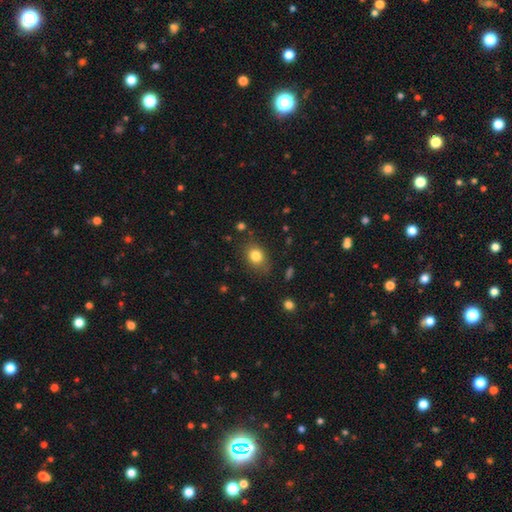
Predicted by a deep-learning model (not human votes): Overall: smooth (82%). How rounded: in between (57%; round 42%). Merging: none (77%).